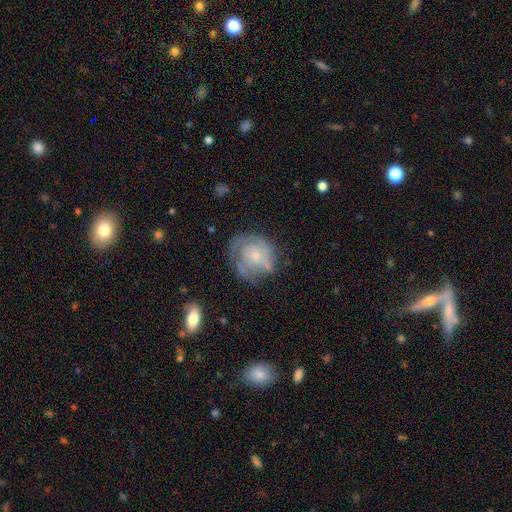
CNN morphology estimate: featured or disk 69%, smooth 24%, star or artifact 7%. Down the decision tree: edge-on disk — no (98%); bar — no (79%); spiral arms — yes (83%); spiral arm count — can't tell (41%); spiral winding — tight (59%); bulge size — small (60%); merging — none (62%).